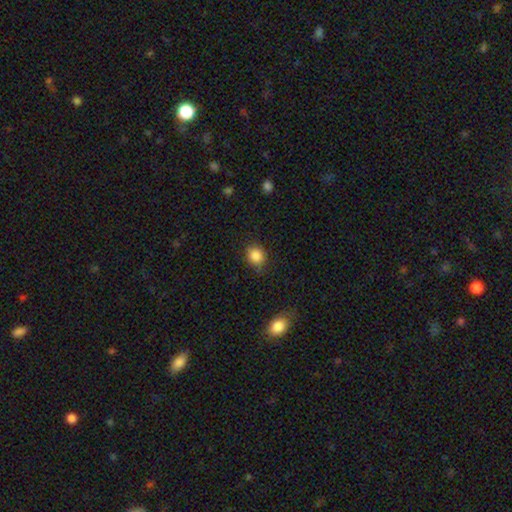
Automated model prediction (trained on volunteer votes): A smooth galaxy with no disk features (86%) that is round (69%). Merging: none (79%).